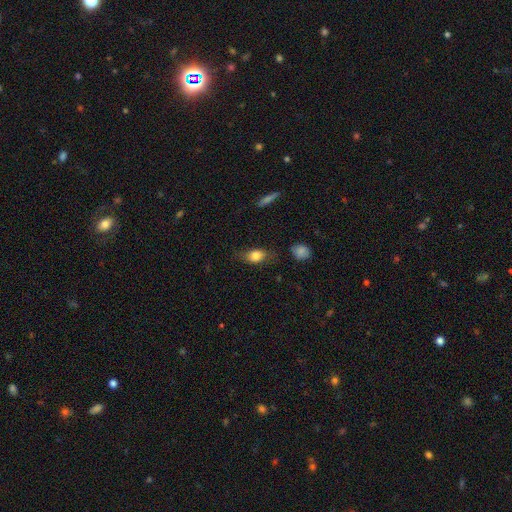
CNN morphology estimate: smooth-or-featured: smooth: 78% | featured or disk: 14% | star or artifact: 8%
  how-rounded: in between: 77% | round: 17% | cigar-shaped: 6%
  merging: none: 69% | minor disturbance: 22% | major disturbance: 7% | merger: 2%